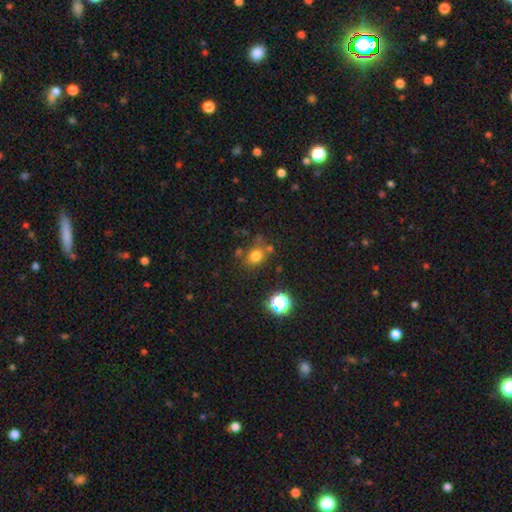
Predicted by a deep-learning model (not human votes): Smooth or featured? smooth (75%)
How rounded? round (61%)
Merging? none (64%)